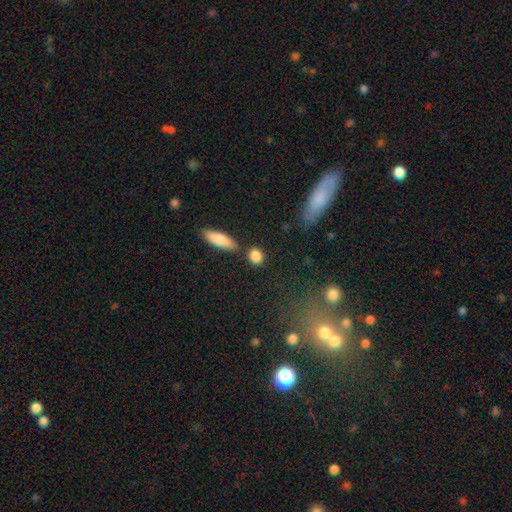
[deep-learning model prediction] Smooth or featured?
  - smooth: 86% *
  - star or artifact: 8%
  - featured or disk: 5%
How rounded?
  - round: 66% *
  - in between: 29%
  - cigar-shaped: 5%
Merging?
  - none: 77% *
  - minor disturbance: 10%
  - merger: 9%
  - major disturbance: 3%